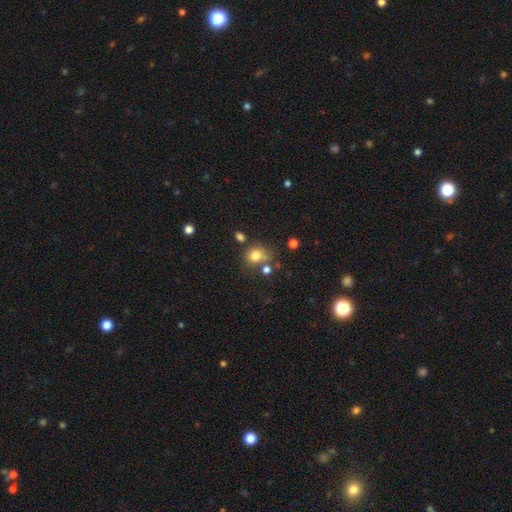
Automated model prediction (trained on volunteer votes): Smooth or featured? Predicted: smooth (p=0.77). How rounded? Predicted: round (p=0.71). Merging? Predicted: none (p=0.58).